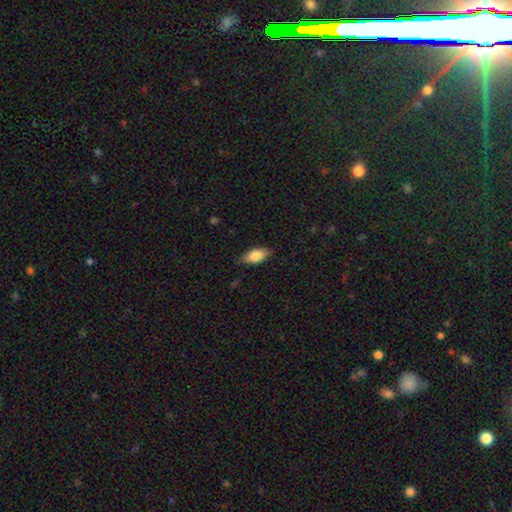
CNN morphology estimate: Overall: smooth (82%). How rounded: in between (89%). Merging: none (81%).